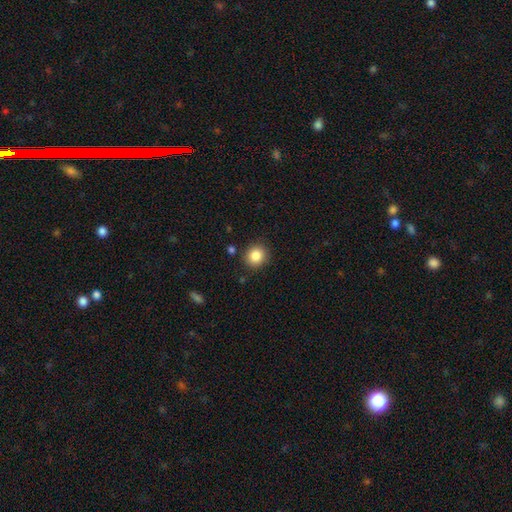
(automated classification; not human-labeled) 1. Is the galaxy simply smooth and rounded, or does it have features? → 86% smooth, 9% star or artifact, 5% featured or disk.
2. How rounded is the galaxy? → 84% round, 15% in between, 1% cigar-shaped.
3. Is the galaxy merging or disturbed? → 87% none, 8% minor disturbance, 2% major disturbance, 2% merger.